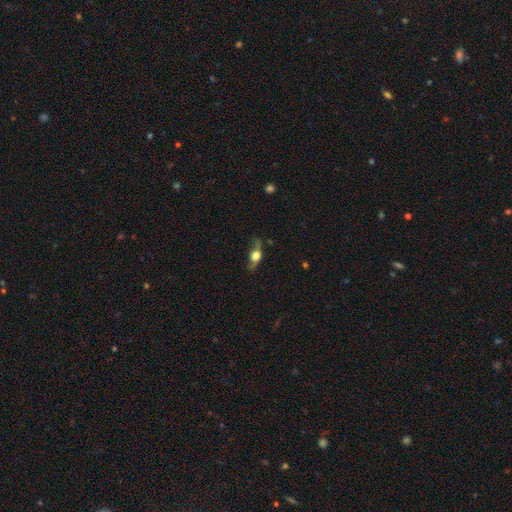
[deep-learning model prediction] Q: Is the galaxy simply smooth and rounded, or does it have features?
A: featured or disk — 52%.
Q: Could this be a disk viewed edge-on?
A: yes — 81%.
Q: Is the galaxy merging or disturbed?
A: none — 61%.